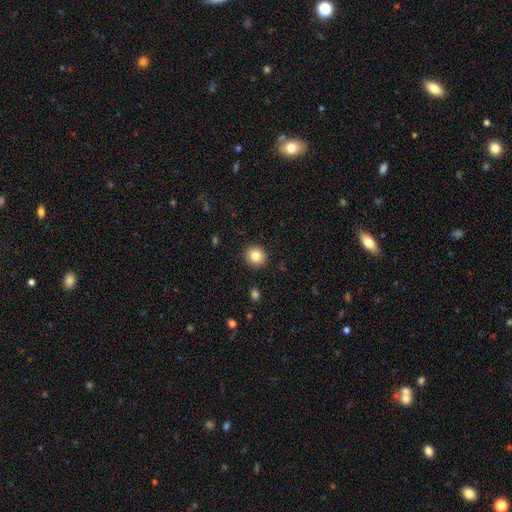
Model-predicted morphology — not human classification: This appears to be a smooth galaxy with no disk features (83%) that is round (88%). Merging: none (92%).